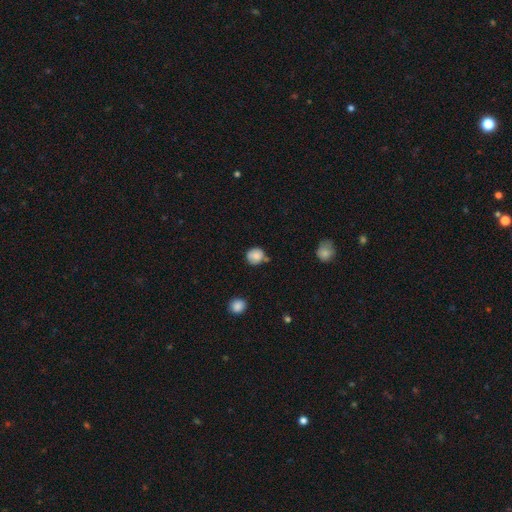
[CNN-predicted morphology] Smooth or featured? smooth (81%)
How rounded? round (84%)
Merging? none (64%)